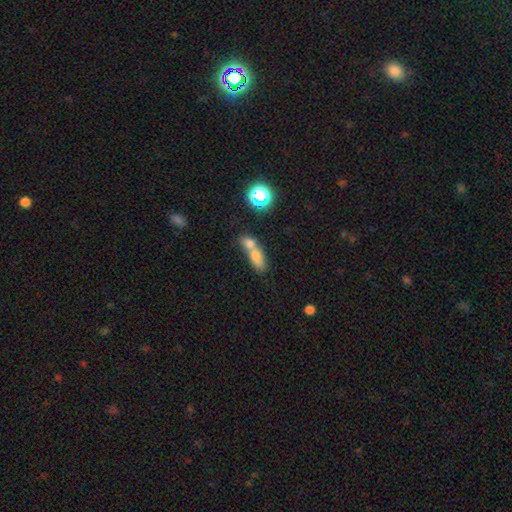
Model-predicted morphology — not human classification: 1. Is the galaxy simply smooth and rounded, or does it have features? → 67% smooth, 18% featured or disk, 15% star or artifact.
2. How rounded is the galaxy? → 66% in between, 19% cigar-shaped, 15% round.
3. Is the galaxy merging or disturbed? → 66% merger, 20% none, 8% minor disturbance, 6% major disturbance.